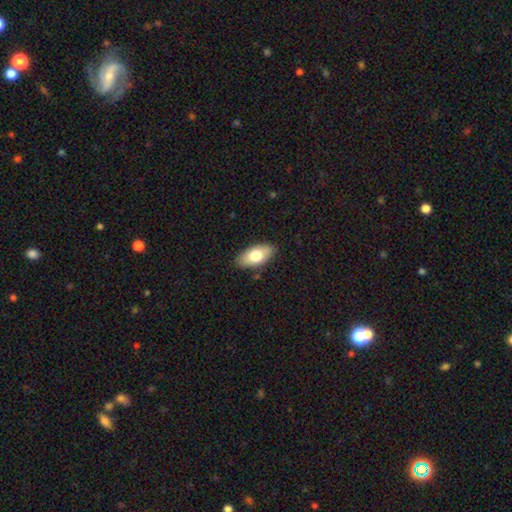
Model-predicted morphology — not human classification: A smooth galaxy with no disk features (71%) that is in between round and cigar-shaped (91%). Merging: none (87%).